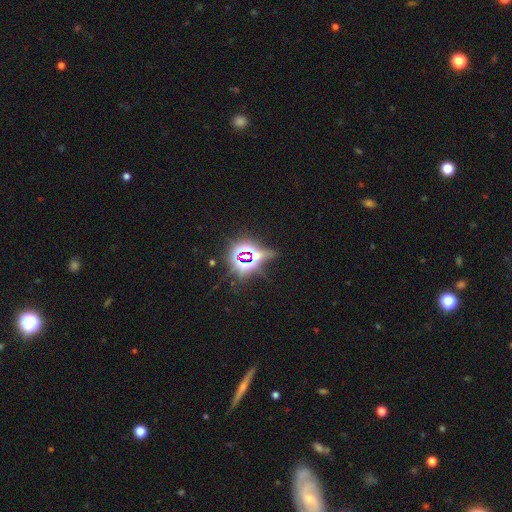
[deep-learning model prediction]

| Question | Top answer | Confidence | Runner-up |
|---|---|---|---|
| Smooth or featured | star or artifact | 76% | smooth (14%) |